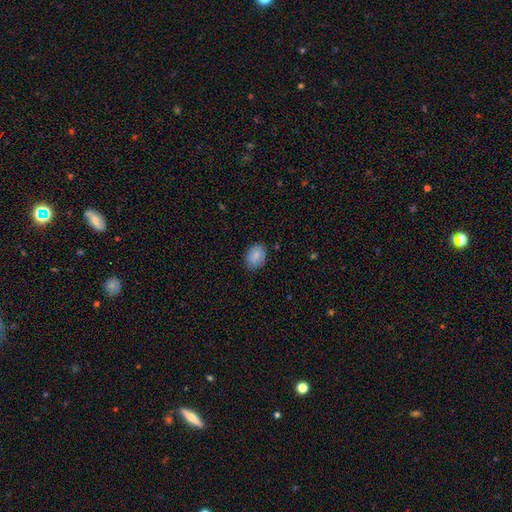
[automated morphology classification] smooth-or-featured: smooth: 81% | featured or disk: 11% | star or artifact: 8%
  how-rounded: in between: 72% | round: 27% | cigar-shaped: 1%
  merging: none: 82% | minor disturbance: 14% | major disturbance: 3% | merger: 1%